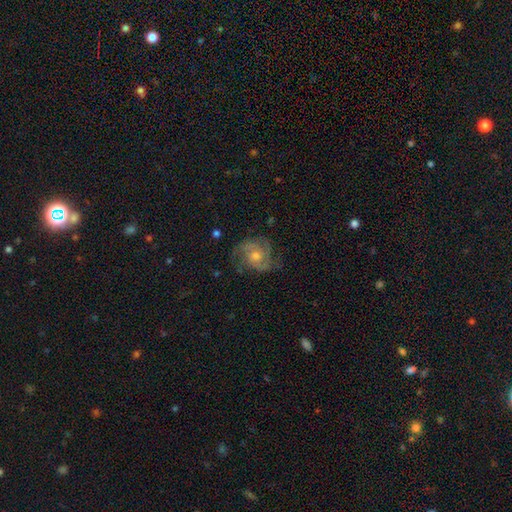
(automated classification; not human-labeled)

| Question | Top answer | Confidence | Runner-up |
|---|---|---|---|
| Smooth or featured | featured or disk | 83% | smooth (10%) |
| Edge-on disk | no | 98% | yes (2%) |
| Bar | no | 72% | weak (24%) |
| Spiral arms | yes | 96% | no (4%) |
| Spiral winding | tight | 47% | medium (43%) |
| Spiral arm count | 2 | 37% | 3 (34%) |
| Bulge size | moderate | 60% | small (34%) |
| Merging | none | 75% | minor disturbance (17%) |